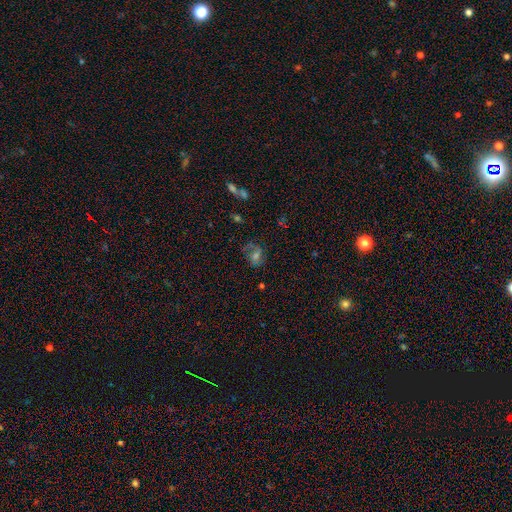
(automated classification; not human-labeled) Smooth or featured: featured or disk — 57% (smooth — 26%)
Edge-on disk: no — 97% (yes — 3%)
Bar: no — 53% (weak — 38%)
Spiral arms: yes — 83% (no — 17%)
Bulge size: moderate — 52% (small — 27%)
Merging: none — 63% (minor disturbance — 19%)